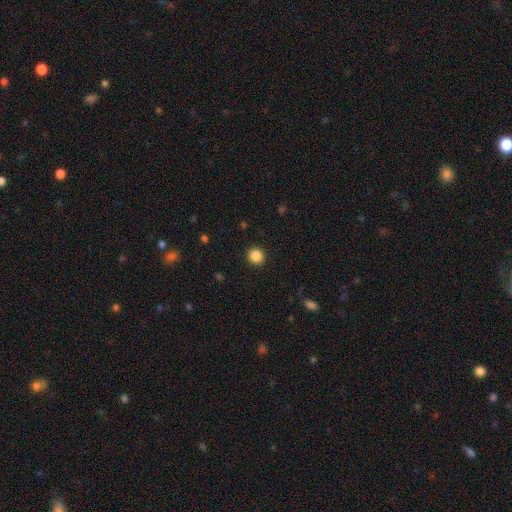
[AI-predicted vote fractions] A smooth galaxy with no disk features (86%) that is round (89%).

Vote fractions:
- Smooth or featured? smooth: 86% / star or artifact: 10% / featured or disk: 3%
- How rounded? round: 89% / in between: 10% / cigar-shaped: 1%
- Merging? none: 92% / minor disturbance: 5% / major disturbance: 2% / merger: 1%